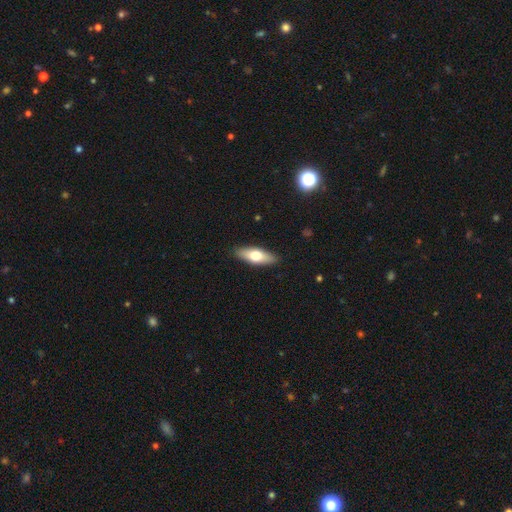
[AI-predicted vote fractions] A smooth galaxy with no disk features (62%) that is in between round and cigar-shaped (63%). Merging: none (89%).